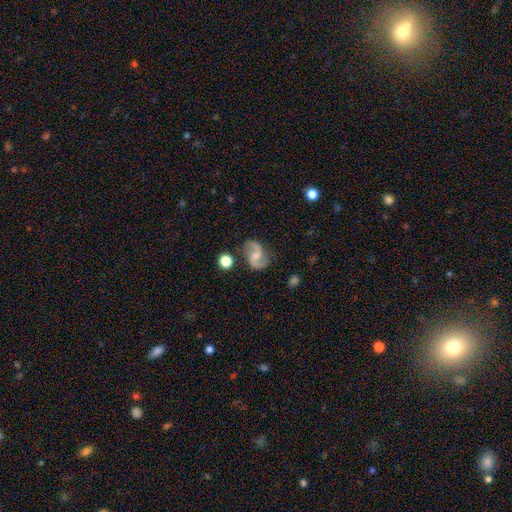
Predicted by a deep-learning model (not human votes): smooth-or-featured: featured or disk: 86% | smooth: 8% | star or artifact: 6%
  disk-edge-on: no: 98% | yes: 2%
    bar: weak: 45% (tied) | no: 45% (tied) | strong: 10%
    has-spiral-arms: yes: 97% | no: 3%
      spiral-winding: loose: 50% | medium: 42% | tight: 8%
      spiral-arm-count: 2: 94% | can't tell: 2% | 1: 1% | 3: 1% | 4: 1% | more than 4: 1%
    bulge-size: small: 39% | moderate: 32% | none: 23% | large: 4% | dominant: 1%
  merging: none: 78% | minor disturbance: 14% | major disturbance: 5% | merger: 3%